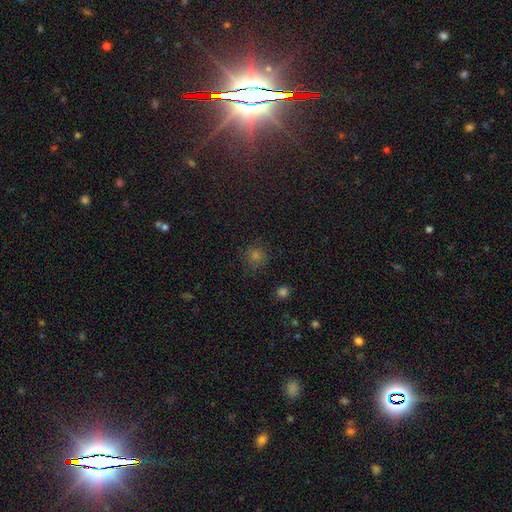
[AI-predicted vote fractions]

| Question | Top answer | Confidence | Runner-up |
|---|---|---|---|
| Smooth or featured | smooth | 60% | star or artifact (32%) |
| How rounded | round | 91% | in between (7%) |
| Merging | none | 86% | minor disturbance (9%) |